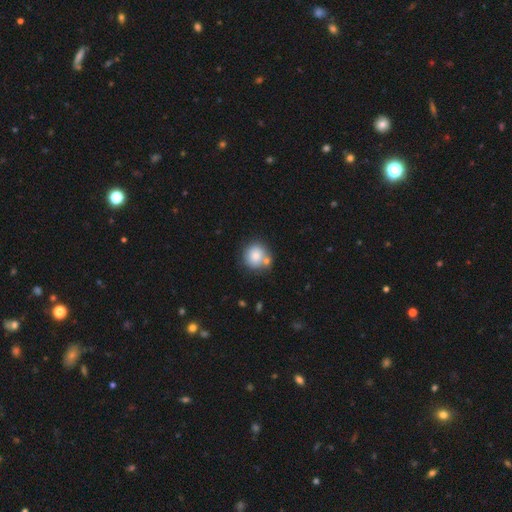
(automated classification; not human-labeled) Morphology: type=smooth (80%); roundness=round (89%); merging=none (62%).